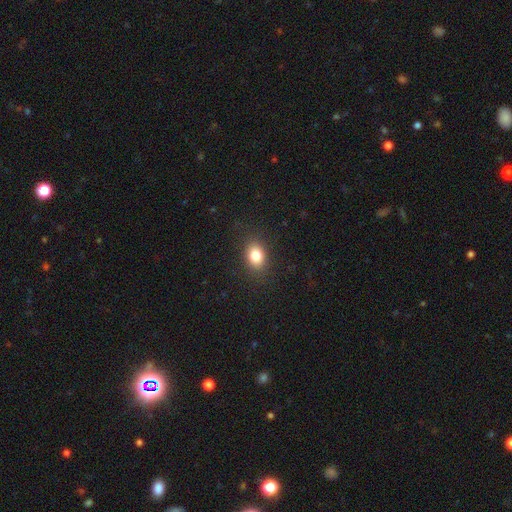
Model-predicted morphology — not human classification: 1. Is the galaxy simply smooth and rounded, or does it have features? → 83% smooth, 10% star or artifact, 7% featured or disk.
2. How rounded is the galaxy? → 73% in between, 25% round, 1% cigar-shaped.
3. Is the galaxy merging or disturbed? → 87% none, 9% minor disturbance, 3% major disturbance, 1% merger.